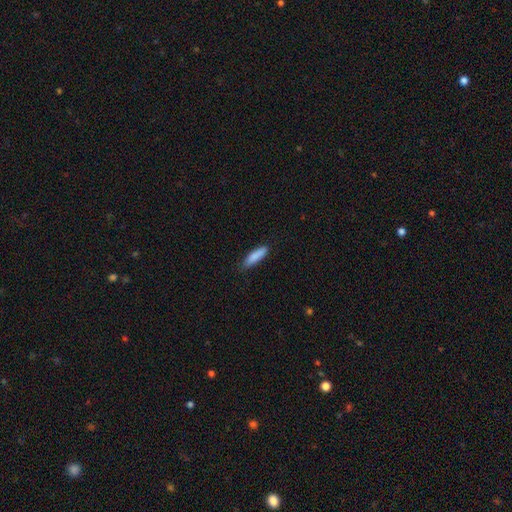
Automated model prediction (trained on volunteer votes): This is clearly a smooth galaxy (87%). How rounded: likely cigar-shaped (67%). Merging: clearly none (83%).